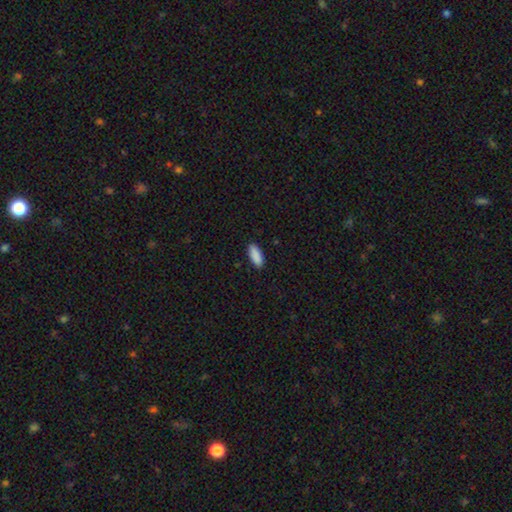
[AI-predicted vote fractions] A smooth galaxy with no disk features (91%) that is in between round and cigar-shaped (81%).

Vote fractions:
- Smooth or featured? smooth: 91% / star or artifact: 6% / featured or disk: 3%
- How rounded? in between: 81% / cigar-shaped: 18% / round: 2%
- Merging? none: 88% / minor disturbance: 9% / major disturbance: 2% / merger: 1%